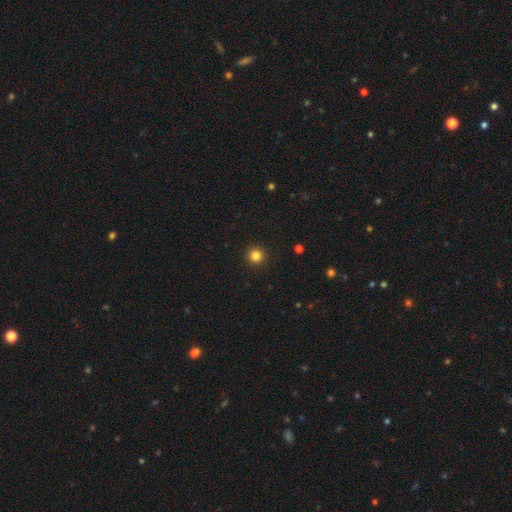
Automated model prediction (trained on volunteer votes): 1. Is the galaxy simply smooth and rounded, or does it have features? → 83% smooth, 13% star or artifact, 4% featured or disk.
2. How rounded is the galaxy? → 96% round, 3% in between, 1% cigar-shaped.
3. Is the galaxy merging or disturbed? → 93% none, 4% minor disturbance, 2% major disturbance, 1% merger.